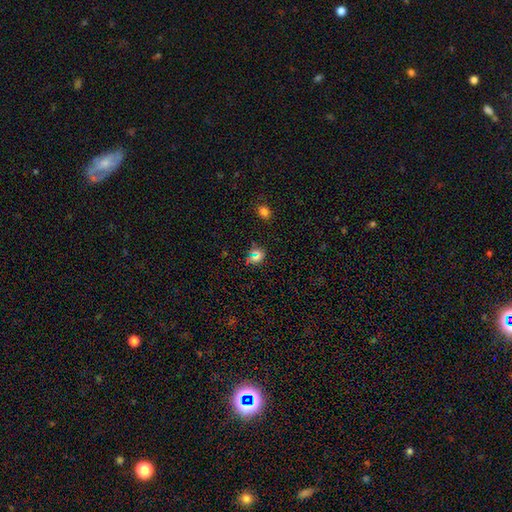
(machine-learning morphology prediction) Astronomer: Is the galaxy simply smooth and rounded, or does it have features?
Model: smooth — 54% (runner-up: star or artifact, 37%).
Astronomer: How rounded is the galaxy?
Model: round — 69%.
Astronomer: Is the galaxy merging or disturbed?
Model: none — 78%.